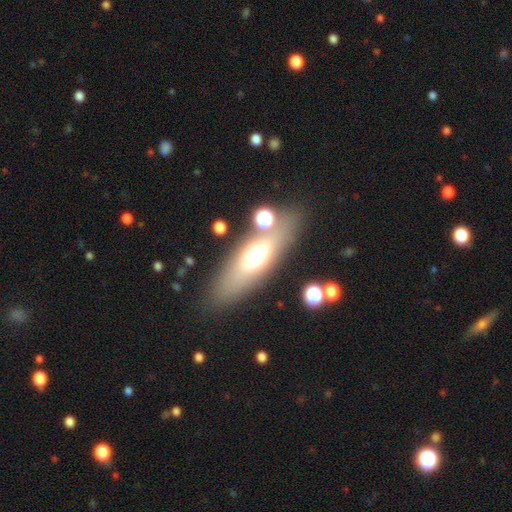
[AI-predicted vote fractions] A smooth galaxy with no disk features (51%) that is in between round and cigar-shaped (59%). Merging: none (77%).